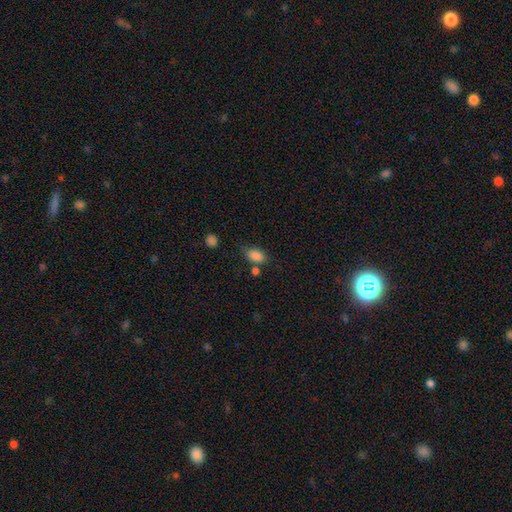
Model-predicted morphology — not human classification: Q: Smooth or featured?
A: smooth (86%); runner-up: star or artifact (9%)
Q: How rounded?
A: in between (88%); runner-up: round (10%)
Q: Merging?
A: none (62%); runner-up: minor disturbance (20%)